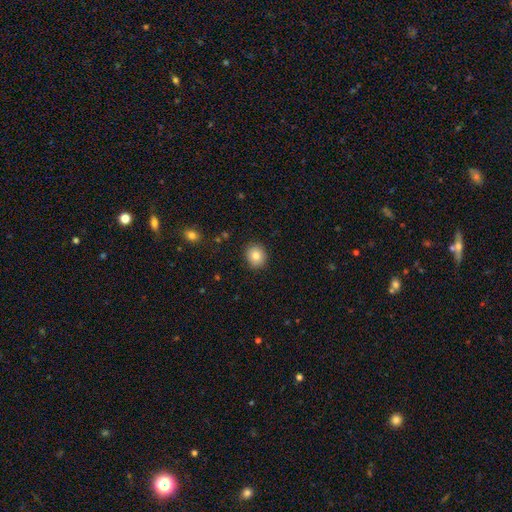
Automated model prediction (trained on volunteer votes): Smooth or featured? smooth (83%)
How rounded? round (78%)
Merging? none (89%)